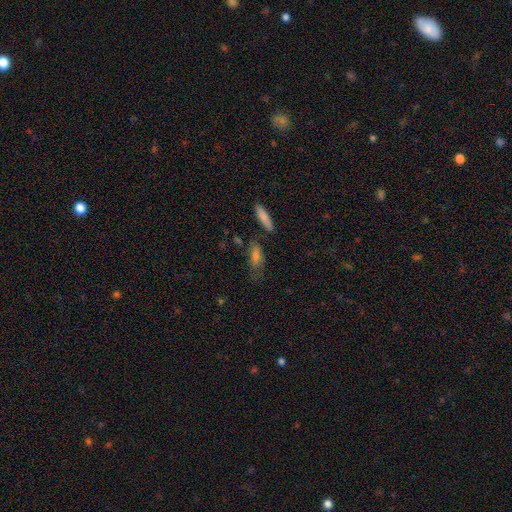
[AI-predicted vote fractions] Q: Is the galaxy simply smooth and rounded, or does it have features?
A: smooth — 69%.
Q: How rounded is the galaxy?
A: in between — 61%.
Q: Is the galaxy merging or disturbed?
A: none — 62%.